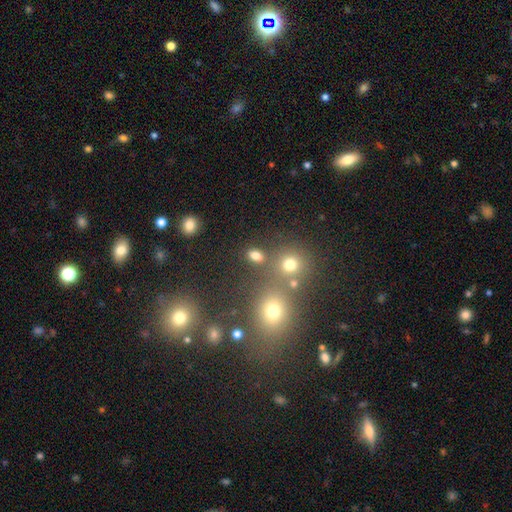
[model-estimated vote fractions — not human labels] The model was most divided on "how rounded": in between: 63%, round: 34%, cigar-shaped: 3%. More confident: smooth or featured — smooth (75%); merging — none (74%).